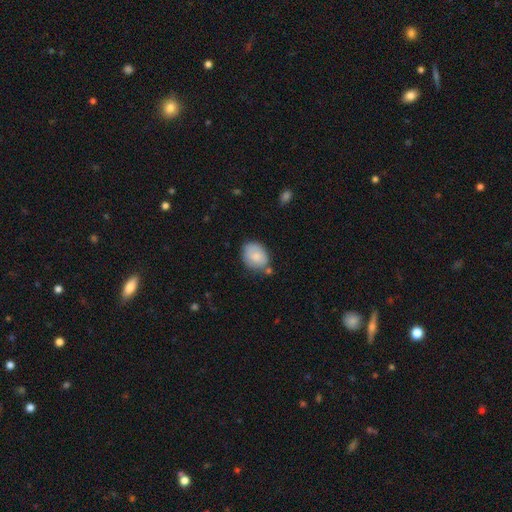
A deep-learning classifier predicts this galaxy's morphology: The model was most divided on "how rounded": in between: 64%, round: 35%, cigar-shaped: 1%. More confident: smooth or featured — smooth (79%); merging — none (61%).